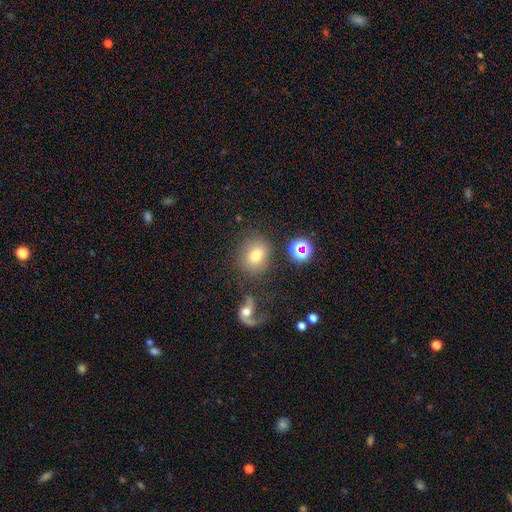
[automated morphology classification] The model was most divided on "how rounded": round: 74%, in between: 25%, cigar-shaped: 1%. More confident: merging — none (74%); smooth or featured — smooth (70%).